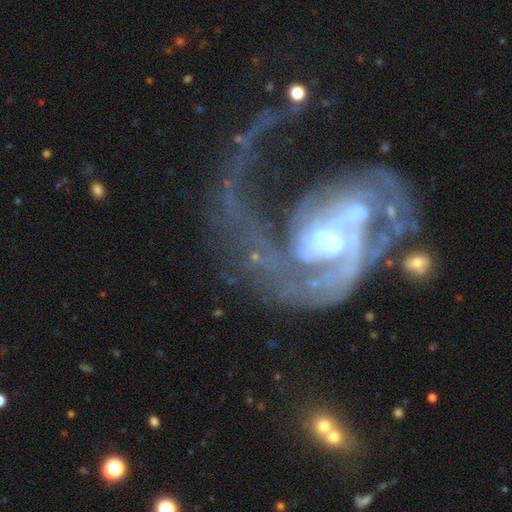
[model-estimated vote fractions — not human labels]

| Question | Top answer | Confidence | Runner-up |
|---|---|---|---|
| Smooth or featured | featured or disk | 88% | star or artifact (7%) |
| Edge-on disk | no | 97% | yes (3%) |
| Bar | weak | 42% | no (30%) |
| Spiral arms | yes | 93% | no (7%) |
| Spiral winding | medium | 43% | loose (36%) |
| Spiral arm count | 2 | 41% | can't tell (18%) |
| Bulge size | moderate | 48% | small (41%) |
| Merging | major disturbance | 53% | none (22%) |